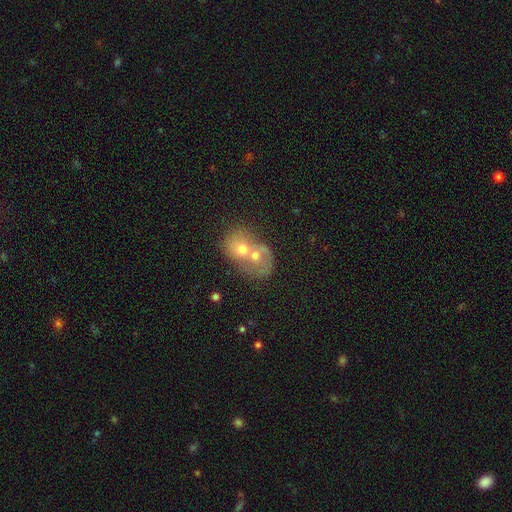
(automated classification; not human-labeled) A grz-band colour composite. It shows a smooth galaxy with no disk features (55%) that is round (55%). Merging: merger (80%).